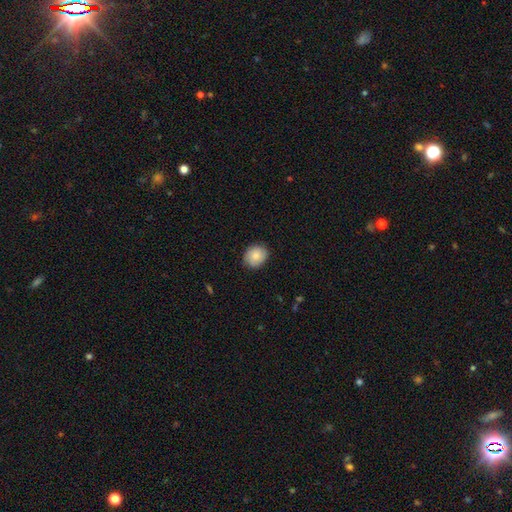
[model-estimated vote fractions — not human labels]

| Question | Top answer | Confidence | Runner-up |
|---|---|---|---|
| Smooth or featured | smooth | 81% | featured or disk (12%) |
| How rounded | round | 66% | in between (33%) |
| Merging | none | 84% | minor disturbance (13%) |